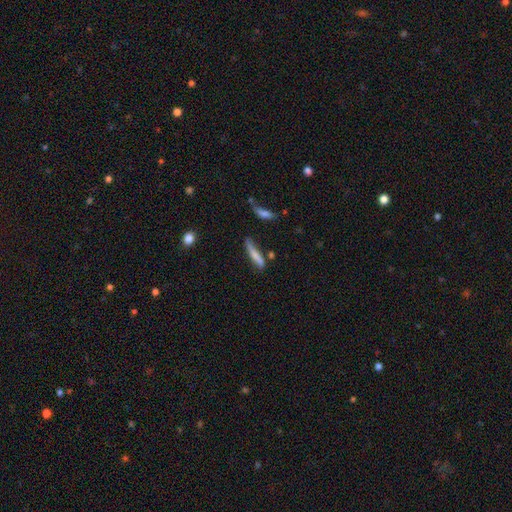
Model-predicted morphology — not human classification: smooth-or-featured: smooth: 72% | featured or disk: 21% | star or artifact: 7%
  how-rounded: cigar-shaped: 87% | in between: 11% | round: 2%
  merging: none: 59% | minor disturbance: 25% | merger: 8% | major disturbance: 8%